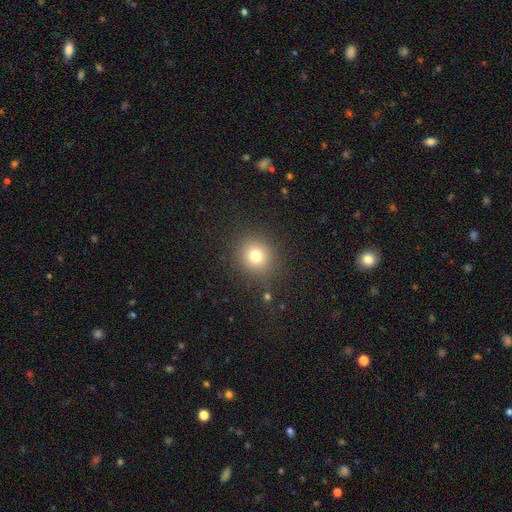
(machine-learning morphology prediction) Overall: smooth (77%). How rounded: round (86%). Merging: none (86%).